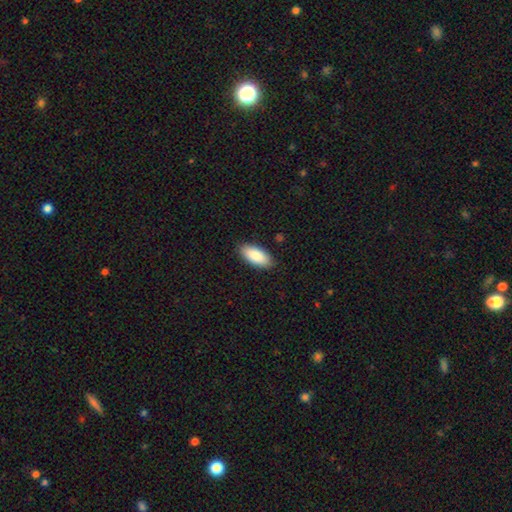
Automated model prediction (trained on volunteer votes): Smooth or featured: smooth — 89% (featured or disk — 6%)
How rounded: in between — 91% (cigar-shaped — 8%)
Merging: none — 88% (minor disturbance — 9%)